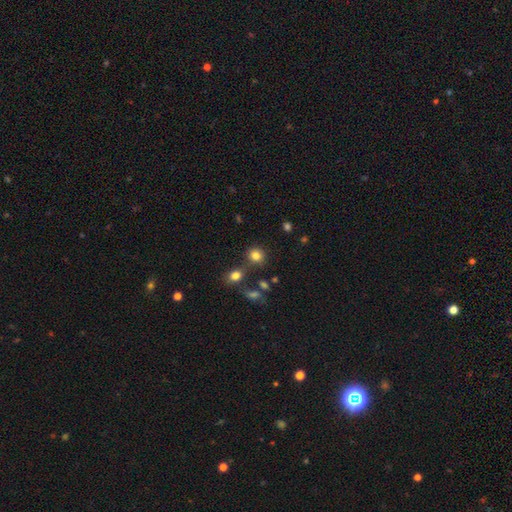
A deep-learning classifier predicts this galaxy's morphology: smooth_or_featured: smooth (p=0.81) [alt: star or artifact p=0.13]
how_rounded: round (p=0.83) [alt: in between p=0.16]
merging: none (p=0.73) [alt: merger p=0.13]